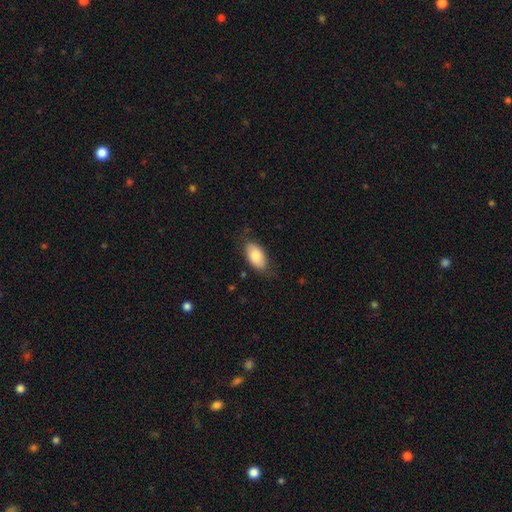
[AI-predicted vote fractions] Smooth or featured: smooth — 81% (featured or disk — 13%)
How rounded: in between — 94% (round — 3%)
Merging: none — 79% (minor disturbance — 17%)